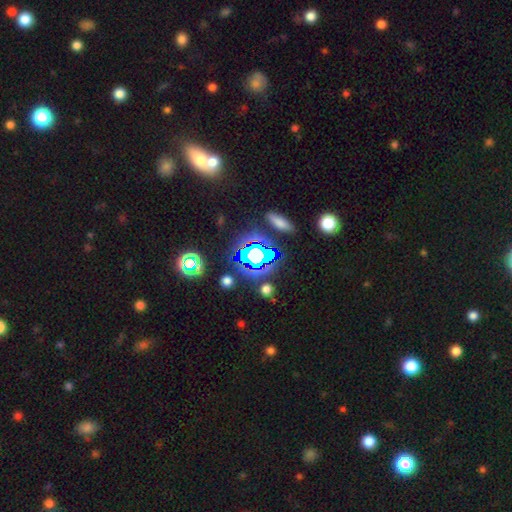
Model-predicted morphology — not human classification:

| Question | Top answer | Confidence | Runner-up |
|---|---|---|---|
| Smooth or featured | star or artifact | 56% | smooth (28%) |